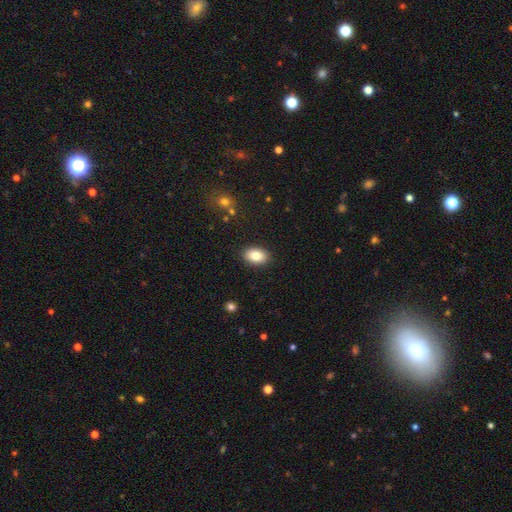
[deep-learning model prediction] Overall: smooth (83%). How rounded: in between (88%). Merging: none (89%).